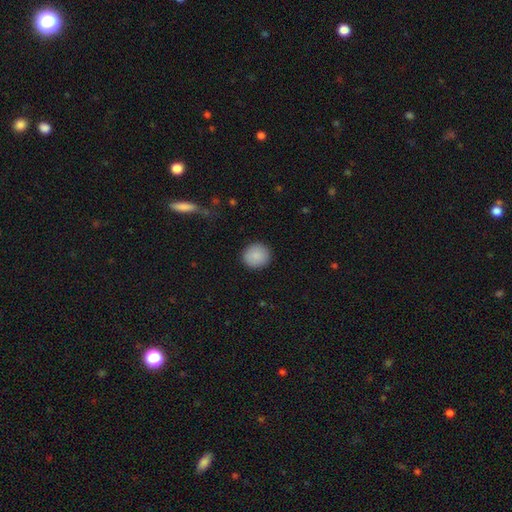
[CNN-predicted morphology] Q: Smooth or featured?
A: smooth (88%); runner-up: star or artifact (7%)
Q: How rounded?
A: round (91%); runner-up: in between (8%)
Q: Merging?
A: none (91%); runner-up: minor disturbance (6%)